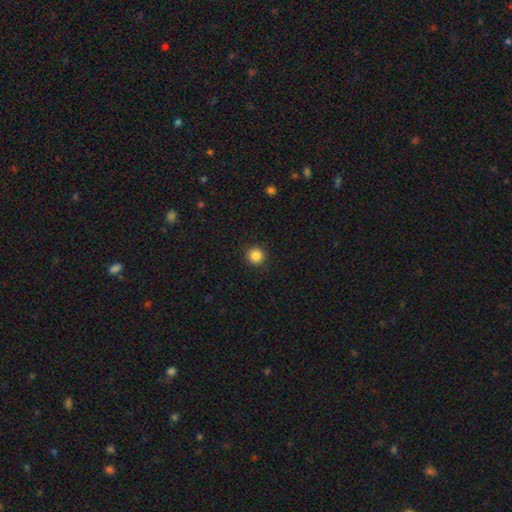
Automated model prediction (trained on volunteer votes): smooth-or-featured: smooth: 86% | star or artifact: 10% | featured or disk: 4%
  how-rounded: round: 95% | in between: 4% | cigar-shaped: 1%
  merging: none: 92% | minor disturbance: 5% | major disturbance: 2% | merger: 1%